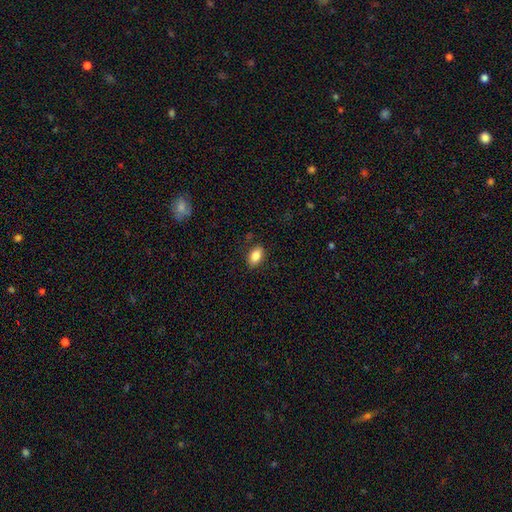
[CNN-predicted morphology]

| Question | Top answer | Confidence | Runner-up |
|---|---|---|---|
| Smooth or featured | smooth | 84% | star or artifact (8%) |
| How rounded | in between | 89% | round (8%) |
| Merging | none | 86% | minor disturbance (10%) |